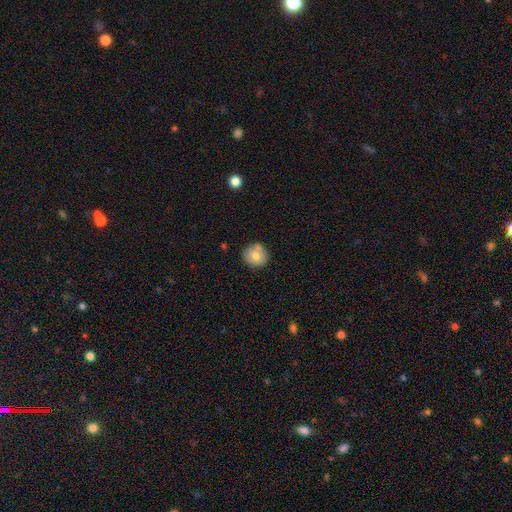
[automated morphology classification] A smooth galaxy with no disk features (76%) that is round (90%). Merging: none (76%).